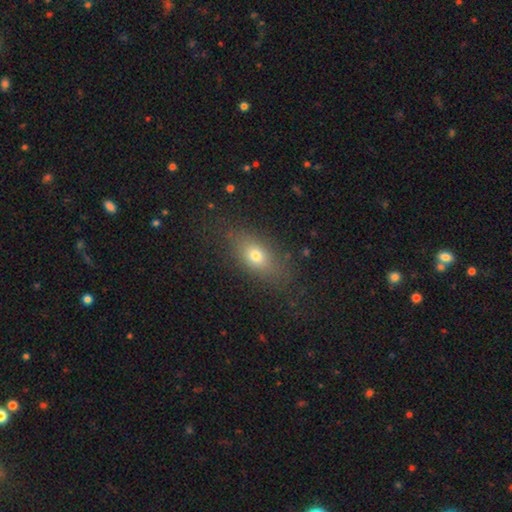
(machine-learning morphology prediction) Q: Smooth or featured?
A: smooth (71%); runner-up: featured or disk (17%)
Q: How rounded?
A: in between (75%); runner-up: round (14%)
Q: Merging?
A: none (79%); runner-up: minor disturbance (13%)